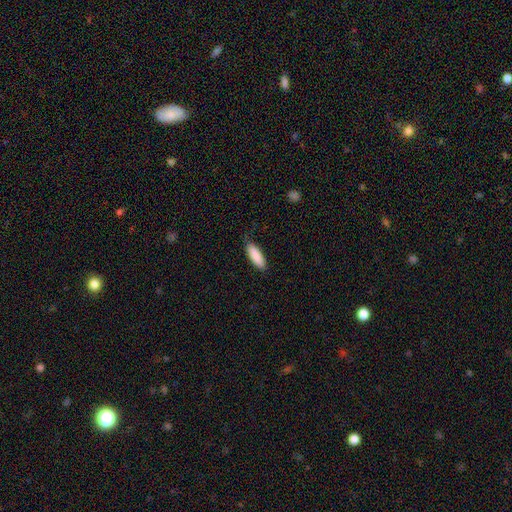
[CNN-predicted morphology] Overall: smooth (89%). How rounded: in between (56%; cigar-shaped 42%). Merging: none (84%).